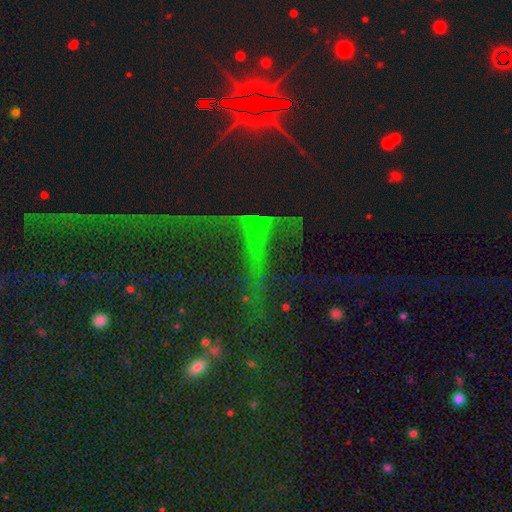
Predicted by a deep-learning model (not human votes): Smooth or featured? Predicted: star or artifact (p=0.68).